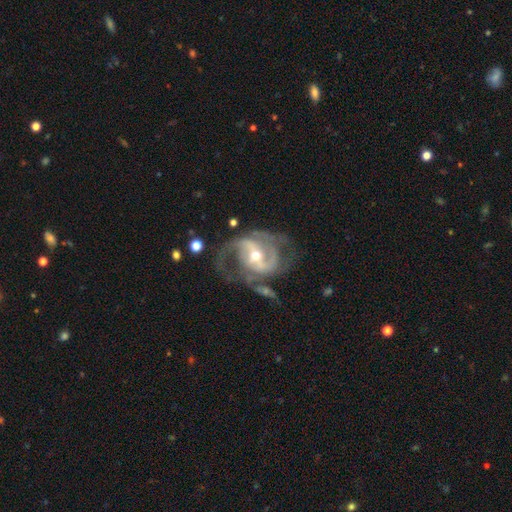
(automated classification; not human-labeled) Smooth or featured? featured or disk (89%)
Edge-on disk? no (97%)
Bar? strong (41%)
Spiral arms? yes (95%)
Spiral winding? medium (50%)
Spiral arm count? 2 (68%)
Bulge size? moderate (50%)
Merging? none (52%)